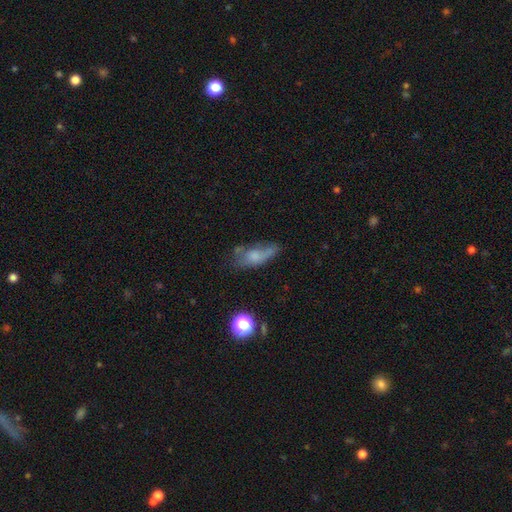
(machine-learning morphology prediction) type=smooth (56%); roundness=in between (75%); merging=none (37%).